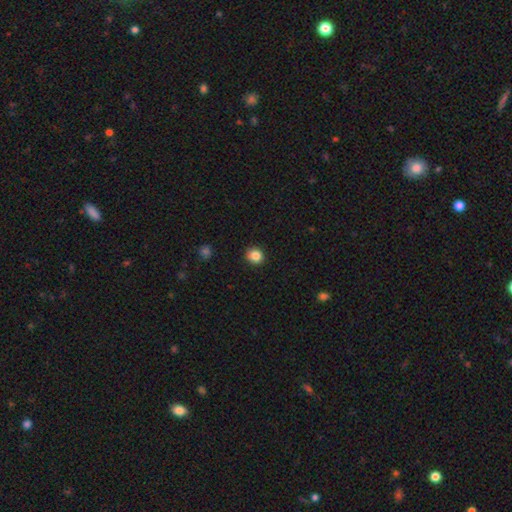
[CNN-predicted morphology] Q: Smooth or featured?
A: smooth (85%); runner-up: star or artifact (11%)
Q: How rounded?
A: round (86%); runner-up: in between (13%)
Q: Merging?
A: none (92%); runner-up: minor disturbance (5%)